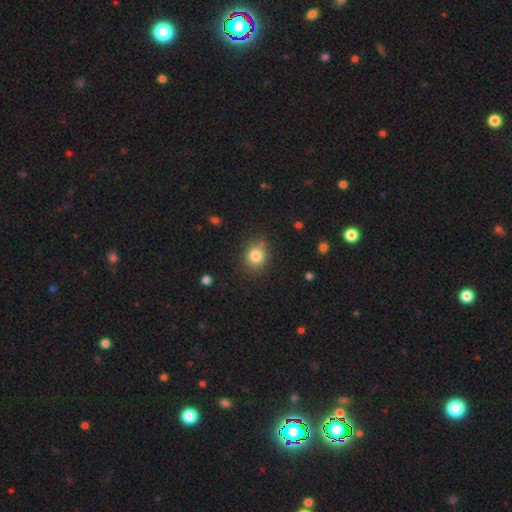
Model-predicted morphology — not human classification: This is clearly a smooth galaxy (82%). How rounded: likely round (73%). Merging: clearly none (81%).